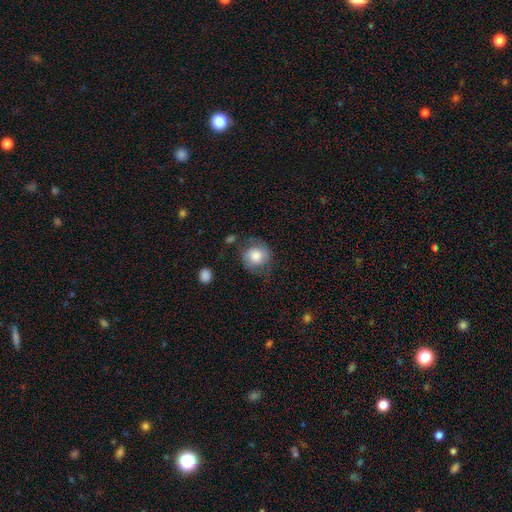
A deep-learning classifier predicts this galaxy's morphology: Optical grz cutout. It shows a smooth galaxy with no disk features (70%) that is round (82%). Merging: none (60%).